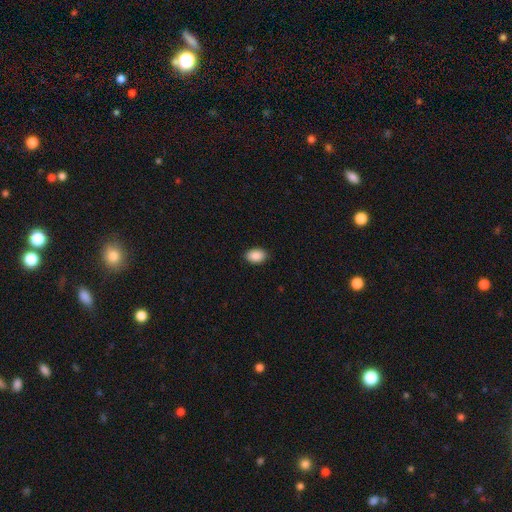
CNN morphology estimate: Q: Smooth or featured?
A: smooth (90%); runner-up: star or artifact (7%)
Q: How rounded?
A: in between (86%); runner-up: round (13%)
Q: Merging?
A: none (89%); runner-up: minor disturbance (8%)